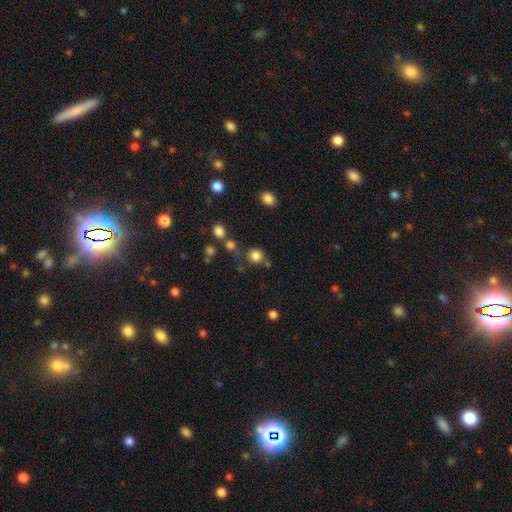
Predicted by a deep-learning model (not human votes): The model was most divided on "merging": none: 73%, merger: 12%, minor disturbance: 11%, major disturbance: 5%. More confident: how rounded — round (89%); smooth or featured — smooth (81%).